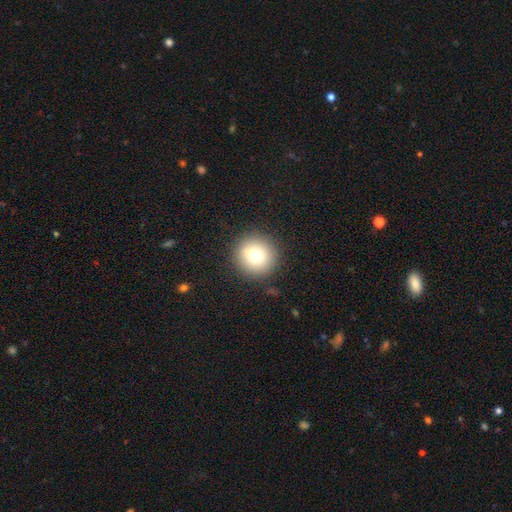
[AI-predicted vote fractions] Smooth or featured: smooth — 73% (featured or disk — 14%)
How rounded: round — 95% (in between — 4%)
Merging: none — 87% (minor disturbance — 7%)